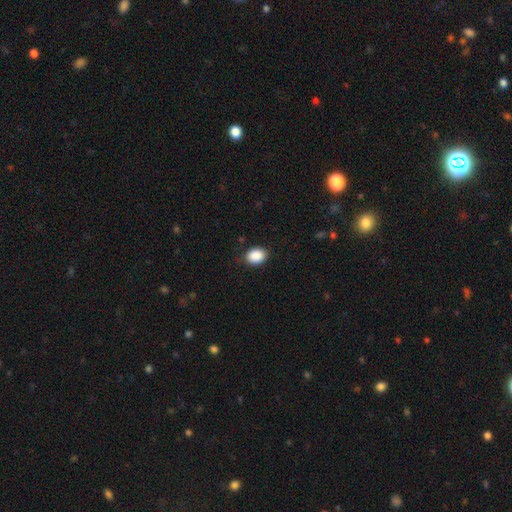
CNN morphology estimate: A smooth galaxy with no disk features (89%) that is in between round and cigar-shaped (64%).

Vote fractions:
- Smooth or featured? smooth: 89% / star or artifact: 8% / featured or disk: 3%
- How rounded? in between: 64% / round: 35% / cigar-shaped: 1%
- Merging? none: 84% / minor disturbance: 12% / major disturbance: 3% / merger: 1%